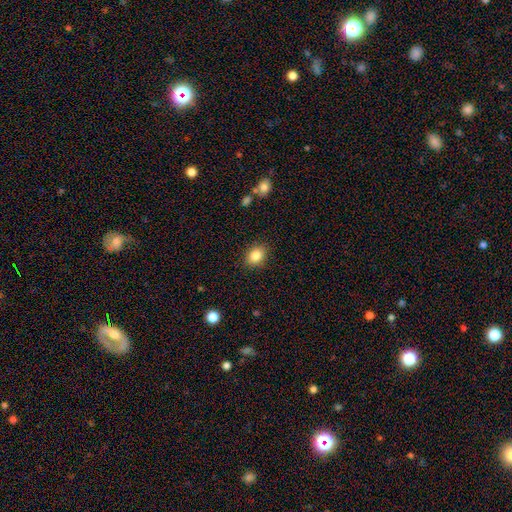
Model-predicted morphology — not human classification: This appears to be a smooth galaxy with no disk features (86%) that is in between round and cigar-shaped (60%). Merging: none (87%).